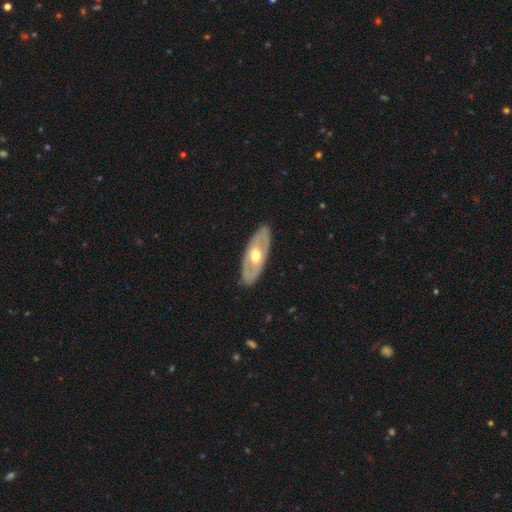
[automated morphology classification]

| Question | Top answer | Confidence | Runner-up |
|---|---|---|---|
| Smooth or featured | featured or disk | 60% | smooth (36%) |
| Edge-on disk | no | 77% | yes (23%) |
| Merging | none | 86% | minor disturbance (11%) |